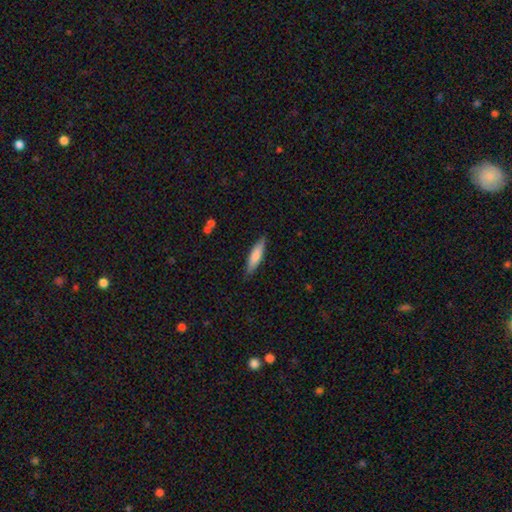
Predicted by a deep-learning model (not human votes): Smooth or featured? smooth (75%)
How rounded? cigar-shaped (72%)
Merging? none (85%)